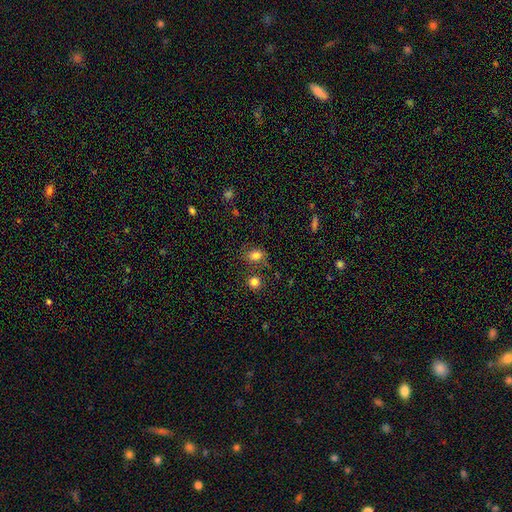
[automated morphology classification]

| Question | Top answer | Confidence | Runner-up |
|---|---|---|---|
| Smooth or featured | smooth | 80% | star or artifact (12%) |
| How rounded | in between | 60% | round (39%) |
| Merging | none | 67% | minor disturbance (18%) |